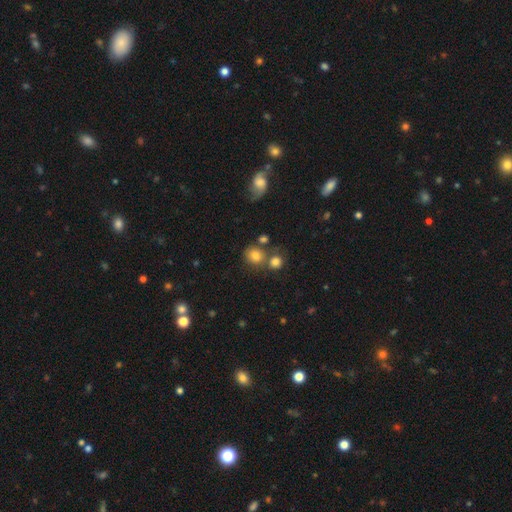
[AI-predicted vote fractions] smooth-or-featured: smooth: 78% | star or artifact: 13% | featured or disk: 10%
  how-rounded: round: 75% | in between: 24% | cigar-shaped: 1%
  merging: none: 57% | merger: 27% | minor disturbance: 11% | major disturbance: 5%